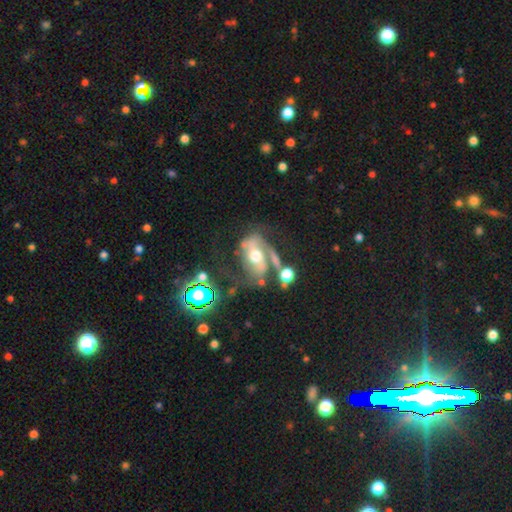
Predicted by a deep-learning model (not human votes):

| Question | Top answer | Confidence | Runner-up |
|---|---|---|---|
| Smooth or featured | featured or disk | 73% | smooth (16%) |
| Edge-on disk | no | 94% | yes (6%) |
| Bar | no | 39% | strong (31%) |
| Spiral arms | yes | 79% | no (21%) |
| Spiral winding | medium | 45% | loose (32%) |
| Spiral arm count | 2 | 69% | can't tell (14%) |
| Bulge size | moderate | 67% | small (17%) |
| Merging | none | 33% | major disturbance (27%) |